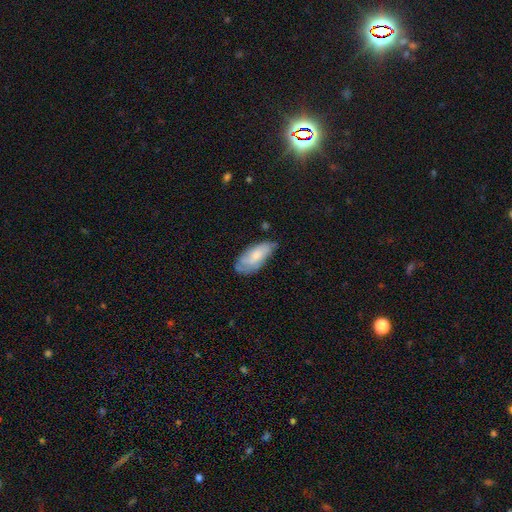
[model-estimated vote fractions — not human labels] A smooth galaxy with no disk features (62%) that is in between round and cigar-shaped (86%). Merging: none (60%).